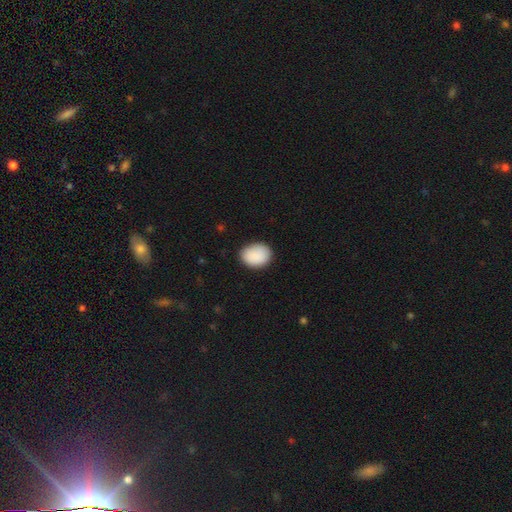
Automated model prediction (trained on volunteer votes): This is clearly a smooth galaxy (90%). How rounded: likely in between (67%). Merging: clearly none (84%).